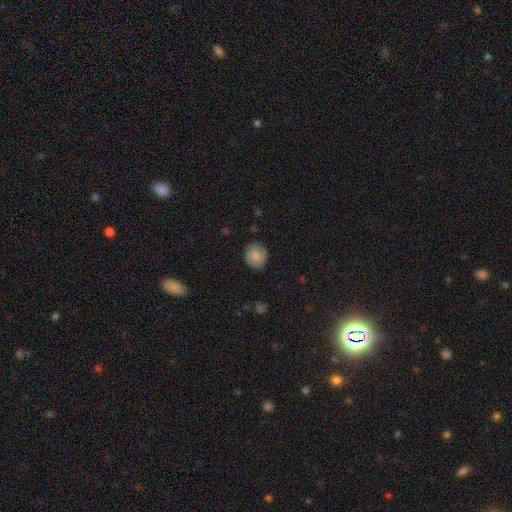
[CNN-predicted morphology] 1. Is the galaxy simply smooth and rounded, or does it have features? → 63% smooth, 29% featured or disk, 8% star or artifact.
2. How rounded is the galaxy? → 81% round, 17% in between, 1% cigar-shaped.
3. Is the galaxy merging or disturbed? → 83% none, 12% minor disturbance, 3% major disturbance, 1% merger.